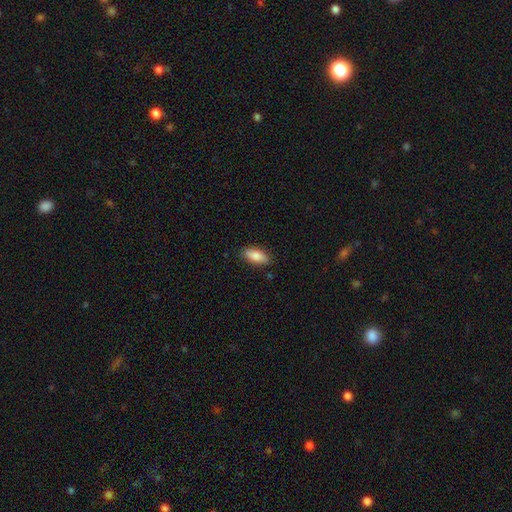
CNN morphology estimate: Overall: smooth (84%). How rounded: in between (82%). Merging: none (85%).